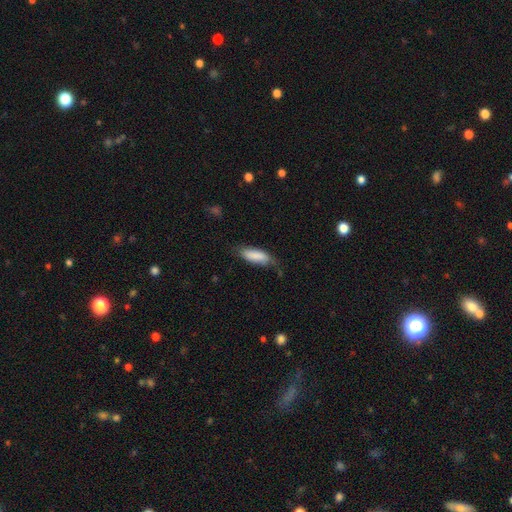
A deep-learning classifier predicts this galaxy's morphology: smooth 83%, featured or disk 11%, star or artifact 6%. Down the decision tree: how rounded — in between (67%); merging — none (59%).